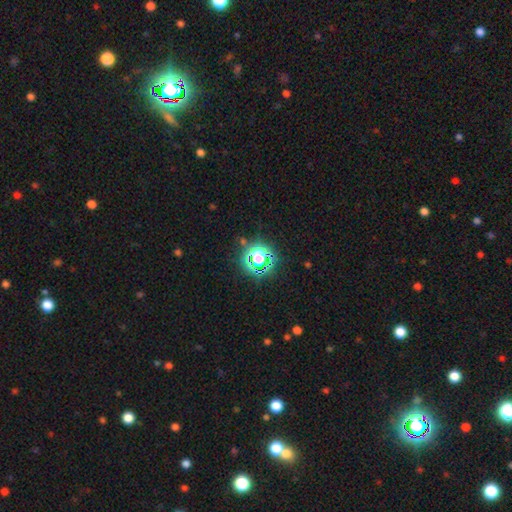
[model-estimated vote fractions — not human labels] Smooth or featured? star or artifact (76%)